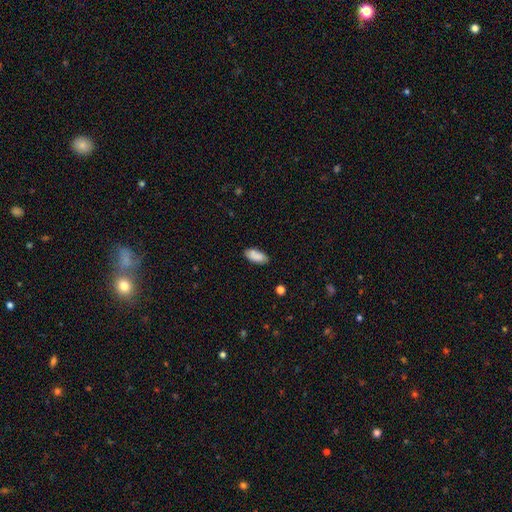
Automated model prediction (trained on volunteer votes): Smooth or featured?
  - smooth: 85% *
  - featured or disk: 8%
  - star or artifact: 7%
How rounded?
  - in between: 87% *
  - cigar-shaped: 11%
  - round: 2%
Merging?
  - none: 78% *
  - minor disturbance: 16%
  - major disturbance: 3%
  - merger: 3%